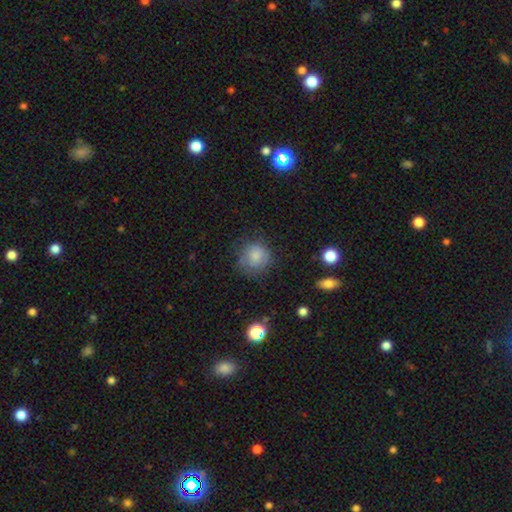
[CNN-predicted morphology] Overall: smooth (80%). How rounded: round (88%). Merging: none (68%).